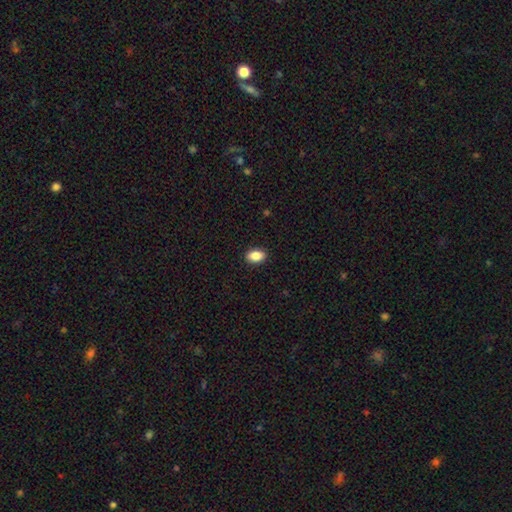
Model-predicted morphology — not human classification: Smooth or featured?
  - smooth: 88% *
  - star or artifact: 8%
  - featured or disk: 4%
How rounded?
  - in between: 88% *
  - round: 10%
  - cigar-shaped: 2%
Merging?
  - none: 91% *
  - minor disturbance: 7%
  - major disturbance: 2%
  - merger: 1%